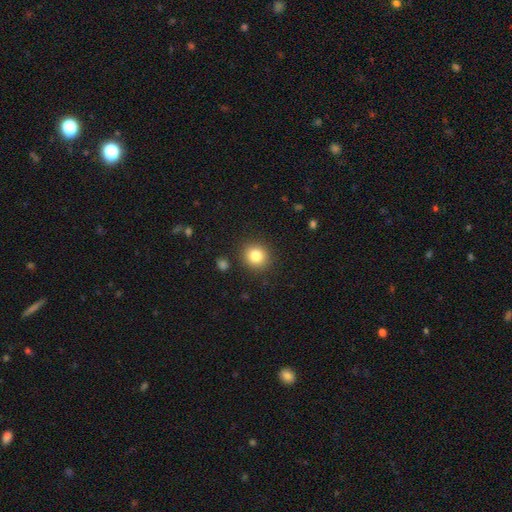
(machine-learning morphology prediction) A smooth galaxy with no disk features (82%) that is round (87%). Merging: none (89%).